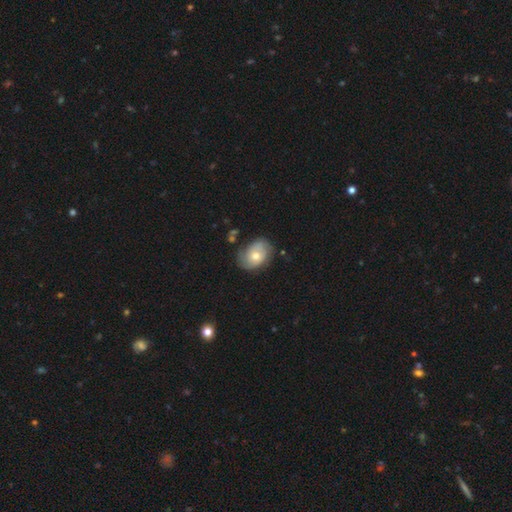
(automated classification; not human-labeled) Q: Smooth or featured?
A: featured or disk (49%); runner-up: smooth (43%)
Q: Merging?
A: none (67%); runner-up: minor disturbance (23%)